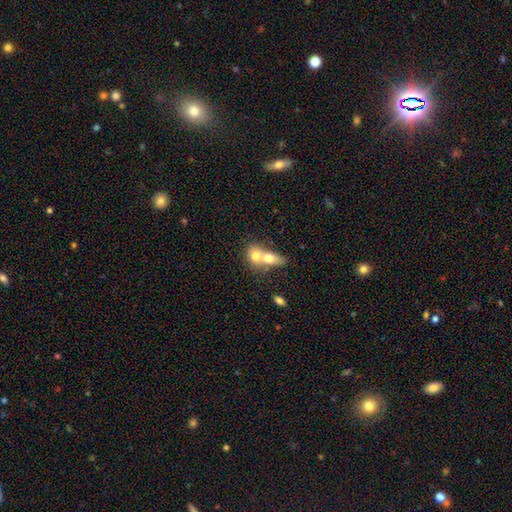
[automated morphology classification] type=smooth (69%); roundness=in between (49%); merging=merger (74%).